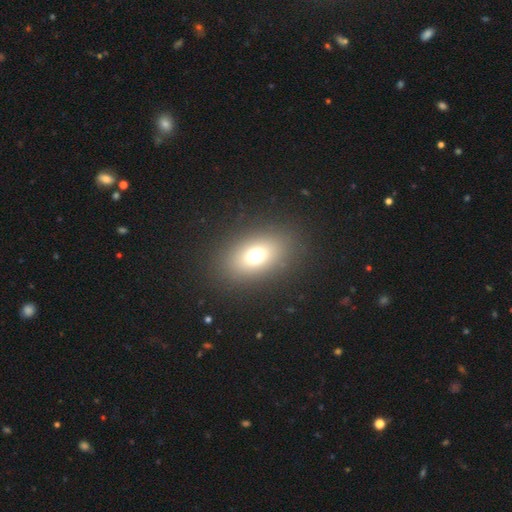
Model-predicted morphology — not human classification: Smooth or featured: smooth — 69% (star or artifact — 17%)
How rounded: in between — 71% (round — 27%)
Merging: none — 86% (minor disturbance — 8%)